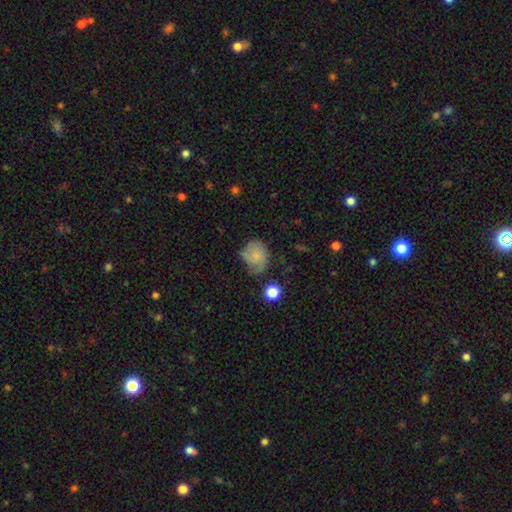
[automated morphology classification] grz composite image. It shows a smooth galaxy with no disk features (58%) that is round (65%). Merging: none (43%).